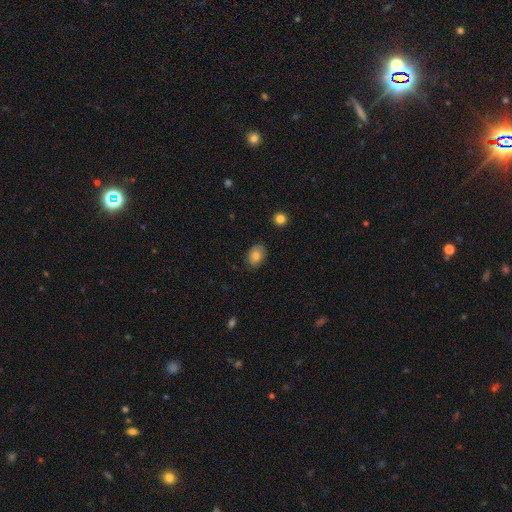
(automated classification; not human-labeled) Smooth or featured? smooth (80%)
How rounded? in between (78%)
Merging? none (82%)